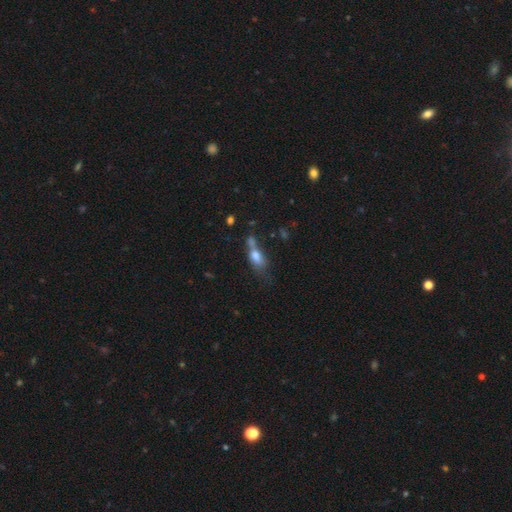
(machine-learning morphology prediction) smooth 72%, featured or disk 17%, star or artifact 11%. Down the decision tree: how rounded — in between (72%); merging — merger (39%).